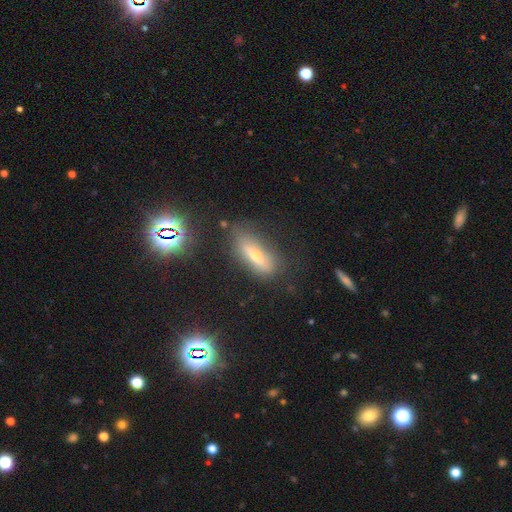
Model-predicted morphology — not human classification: smooth_or_featured: smooth (p=0.44) [alt: featured or disk p=0.41]
merging: none (p=0.67) [alt: minor disturbance p=0.21]